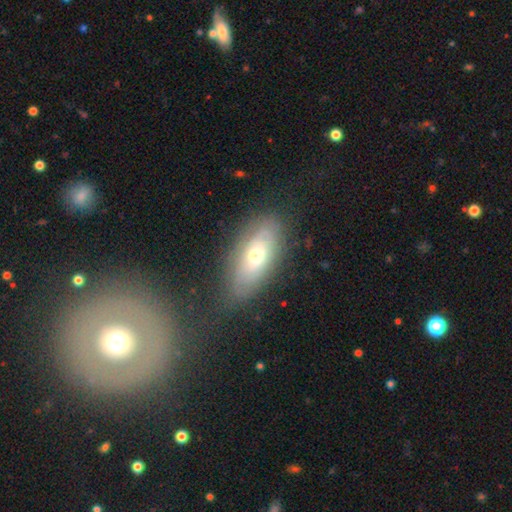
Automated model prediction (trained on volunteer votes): Morphology: type=smooth (46%); merging=none (71%).